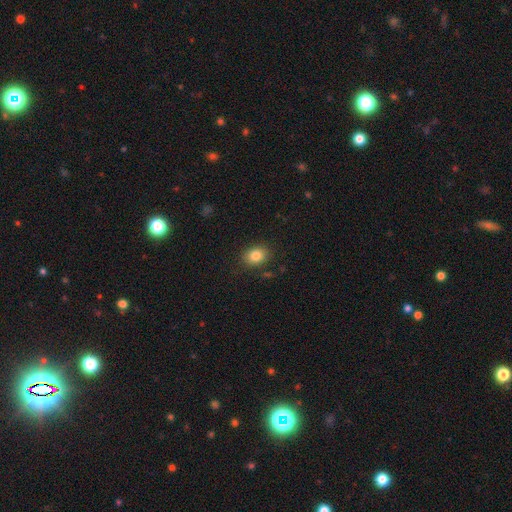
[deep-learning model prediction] Smooth or featured?
  - smooth: 83% *
  - star or artifact: 10%
  - featured or disk: 7%
How rounded?
  - in between: 58% *
  - round: 41%
  - cigar-shaped: 1%
Merging?
  - none: 85% *
  - minor disturbance: 11%
  - major disturbance: 3%
  - merger: 2%